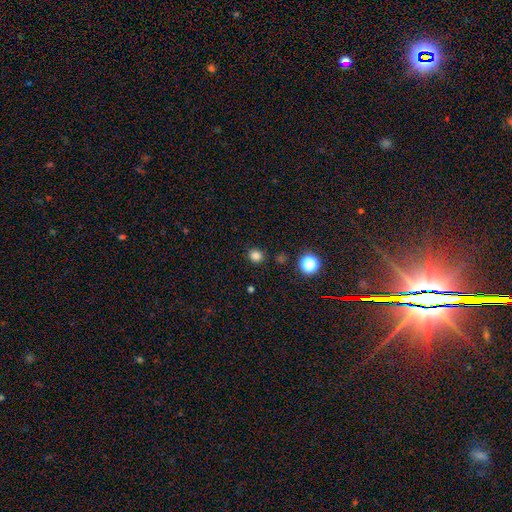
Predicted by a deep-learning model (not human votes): This is clearly a smooth galaxy (82%). How rounded: clearly round (85%). Merging: clearly none (87%).